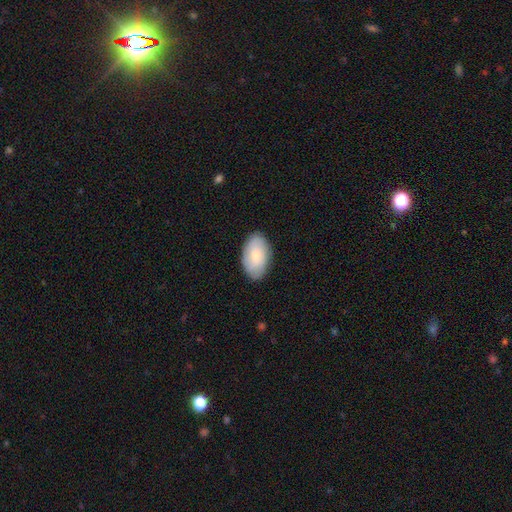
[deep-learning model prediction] Smooth or featured: smooth — 71% (featured or disk — 23%)
How rounded: in between — 94% (round — 5%)
Merging: none — 84% (minor disturbance — 12%)